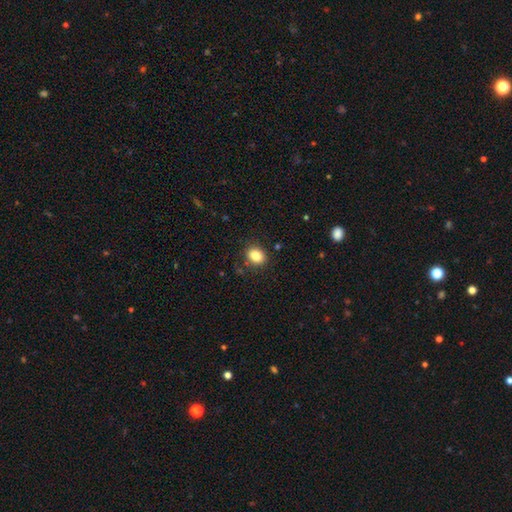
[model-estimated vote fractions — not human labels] Overall: smooth (85%). How rounded: in between (55%; round 44%). Merging: none (85%).